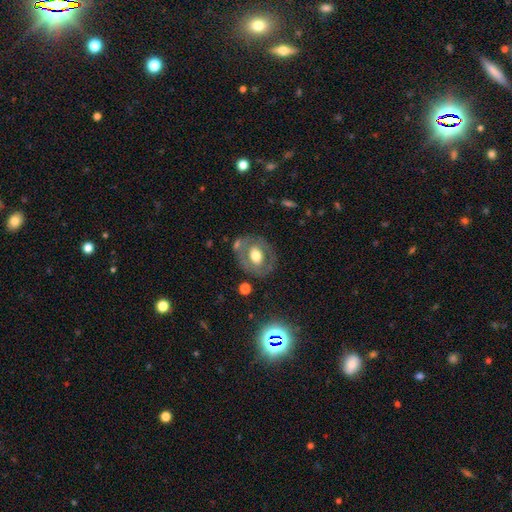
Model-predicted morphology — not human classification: This is possibly a featured or disk galaxy (48%). Merging: likely none (69%).